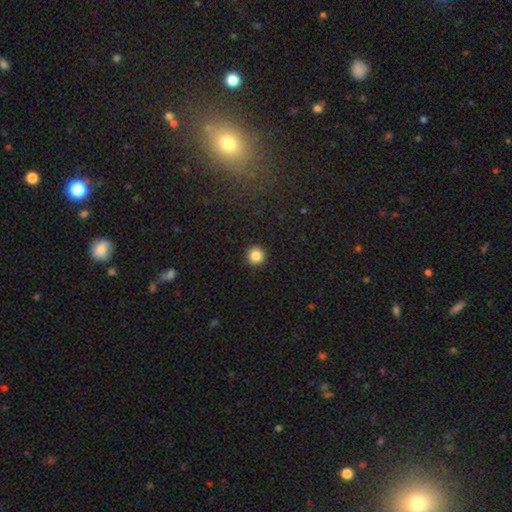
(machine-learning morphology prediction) A smooth galaxy with no disk features (86%) that is round (96%).

Vote fractions:
- Smooth or featured? smooth: 86% / star or artifact: 11% / featured or disk: 4%
- How rounded? round: 96% / in between: 3% / cigar-shaped: 1%
- Merging? none: 93% / minor disturbance: 5% / major disturbance: 2% / merger: 1%